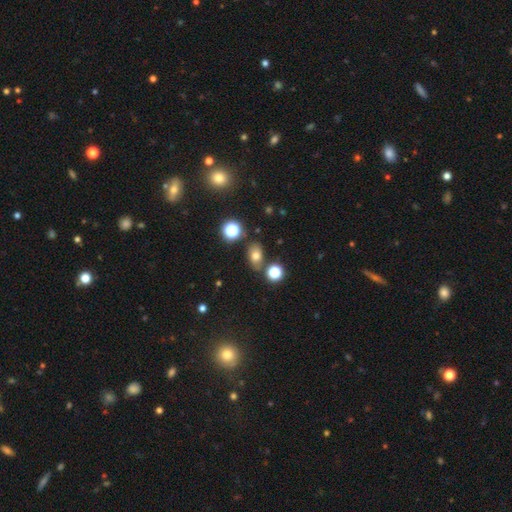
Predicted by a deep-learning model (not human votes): Morphology: type=smooth (71%); roundness=in between (72%); merging=none (74%).